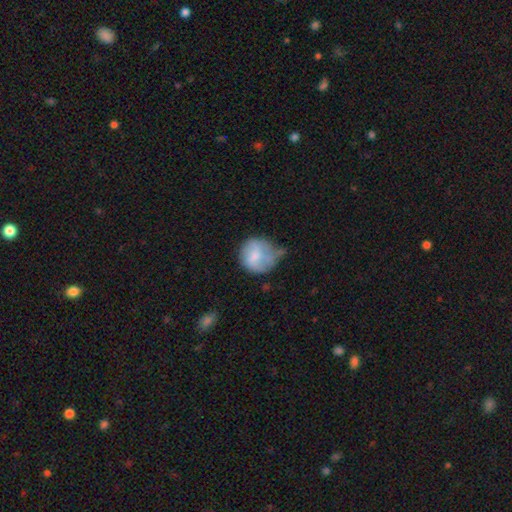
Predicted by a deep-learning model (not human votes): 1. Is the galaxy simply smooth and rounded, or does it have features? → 68% smooth, 25% featured or disk, 7% star or artifact.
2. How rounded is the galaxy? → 84% round, 15% in between, 1% cigar-shaped.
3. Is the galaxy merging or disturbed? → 37% minor disturbance, 35% none, 21% major disturbance, 7% merger.